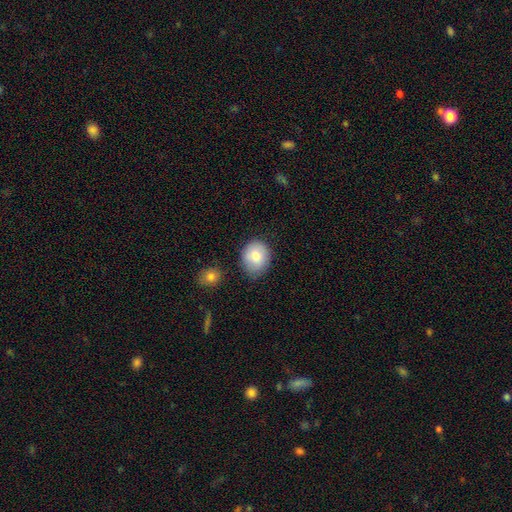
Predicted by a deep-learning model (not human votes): Overall: smooth (81%). How rounded: round (62%; in between 37%). Merging: none (76%).